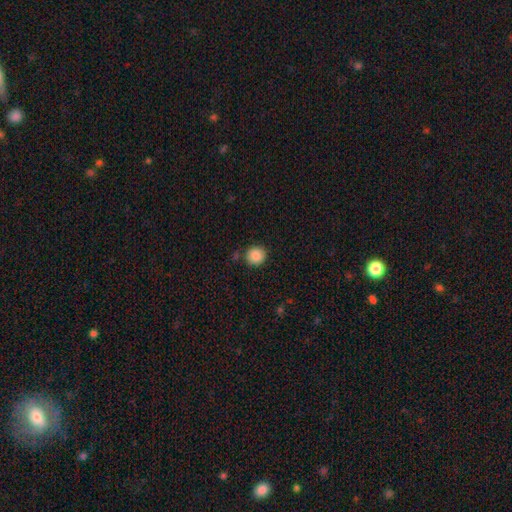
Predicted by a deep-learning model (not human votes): Smooth or featured?
  - smooth: 88% *
  - star or artifact: 9%
  - featured or disk: 3%
How rounded?
  - round: 88% *
  - in between: 11%
  - cigar-shaped: 1%
Merging?
  - none: 84% *
  - minor disturbance: 9%
  - merger: 4%
  - major disturbance: 3%